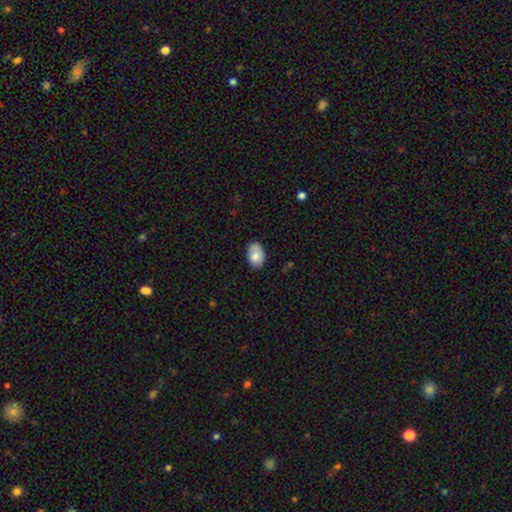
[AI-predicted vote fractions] Smooth or featured? Predicted: smooth (p=0.78). How rounded? Predicted: in between (p=0.89). Merging? Predicted: none (p=0.74).